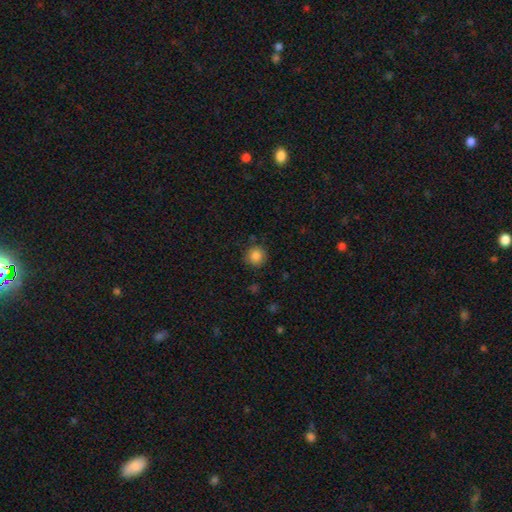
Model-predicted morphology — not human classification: Q: Smooth or featured?
A: smooth (85%); runner-up: star or artifact (10%)
Q: How rounded?
A: round (92%); runner-up: in between (7%)
Q: Merging?
A: none (87%); runner-up: minor disturbance (9%)